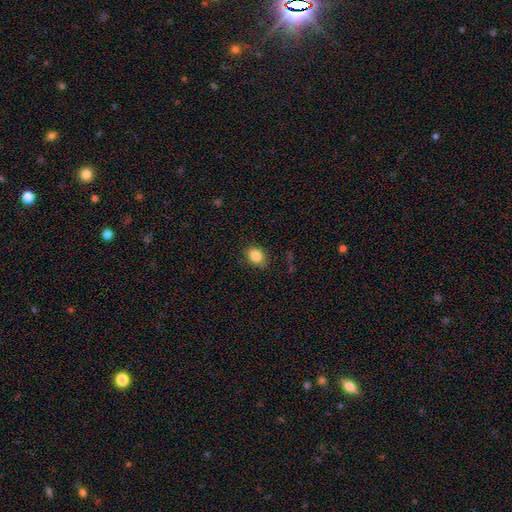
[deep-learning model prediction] Q: Smooth or featured?
A: smooth (86%); runner-up: star or artifact (9%)
Q: How rounded?
A: in between (65%); runner-up: round (34%)
Q: Merging?
A: none (80%); runner-up: minor disturbance (15%)